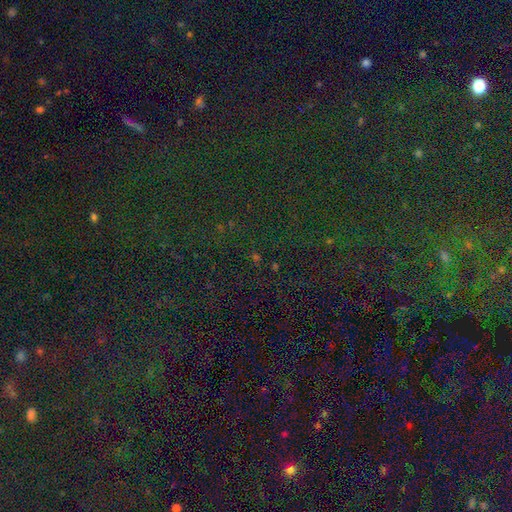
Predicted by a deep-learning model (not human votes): This is likely a star or artifact rather than a galaxy (79%).